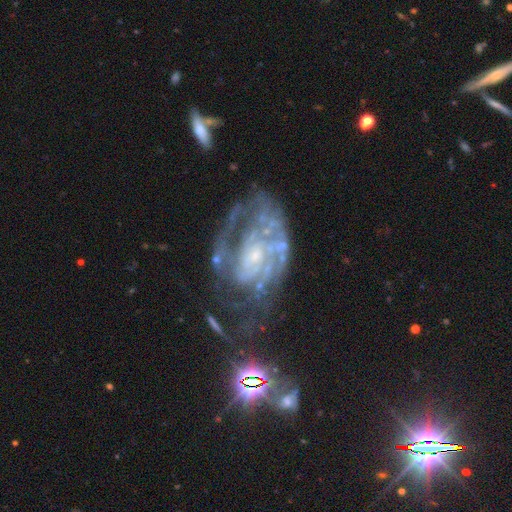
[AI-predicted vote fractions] This is clearly a featured or disk galaxy (84%). It is clearly not viewed edge-on (97%). Bar: likely no (65%). Spiral arm pattern: clearly yes (85%). Spiral arm count: marginally can't tell (37%). Spiral winding: possibly tight (46%). Central bulge: likely small (65%). Merging: marginally none (39%).